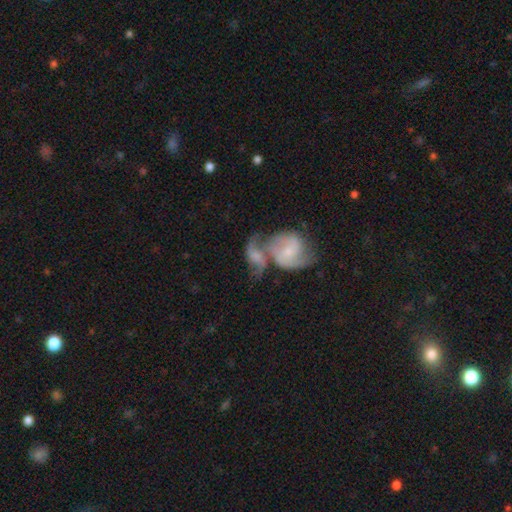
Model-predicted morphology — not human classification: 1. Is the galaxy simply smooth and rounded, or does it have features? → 67% featured or disk, 26% smooth, 7% star or artifact.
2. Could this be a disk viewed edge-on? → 97% no, 3% yes.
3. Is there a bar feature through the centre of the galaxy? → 58% no, 34% weak, 8% strong.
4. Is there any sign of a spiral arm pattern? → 86% yes, 14% no.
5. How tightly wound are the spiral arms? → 50% loose, 37% medium, 13% tight.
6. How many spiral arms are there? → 76% 2, 10% can't tell, 5% 3, 4% 1, 2% 4, 2% more than 4.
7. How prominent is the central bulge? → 44% small, 26% moderate, 22% none, 6% large, 2% dominant.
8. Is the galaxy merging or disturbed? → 69% merger, 13% none, 10% major disturbance, 8% minor disturbance.